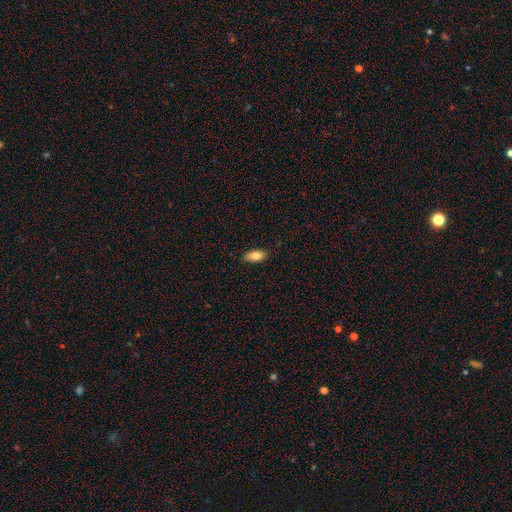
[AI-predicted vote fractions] Smooth or featured: smooth — 84% (featured or disk — 9%)
How rounded: in between — 91% (cigar-shaped — 6%)
Merging: none — 87% (minor disturbance — 10%)